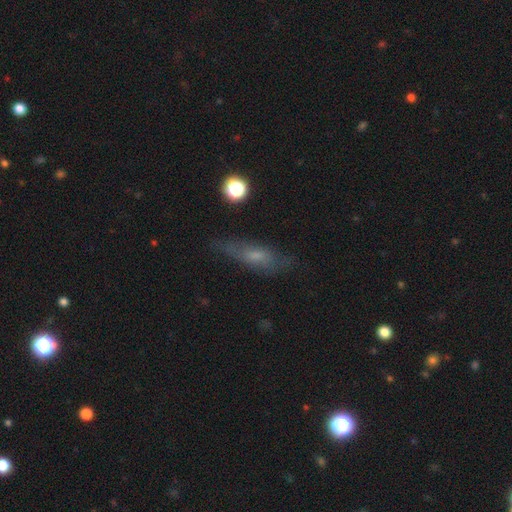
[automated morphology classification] A smooth galaxy with no disk features (51%) that is cigar-shaped (55%). Merging: none (72%).